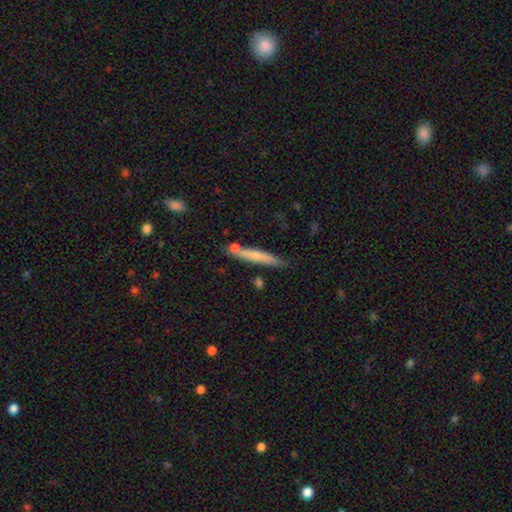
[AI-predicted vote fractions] A smooth galaxy with no disk features (62%) that is cigar-shaped (93%). Merging: none (71%).